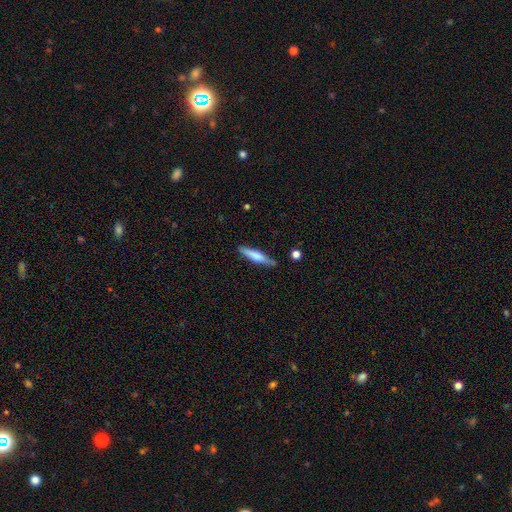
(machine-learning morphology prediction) Q: Smooth or featured?
A: smooth (62%); runner-up: featured or disk (32%)
Q: How rounded?
A: cigar-shaped (87%); runner-up: in between (11%)
Q: Merging?
A: none (80%); runner-up: minor disturbance (15%)